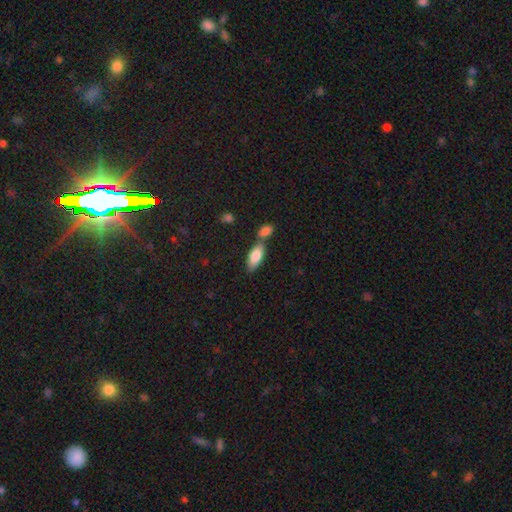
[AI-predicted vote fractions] Overall: smooth (81%). How rounded: in between (82%). Merging: none (48%; merger 36%).